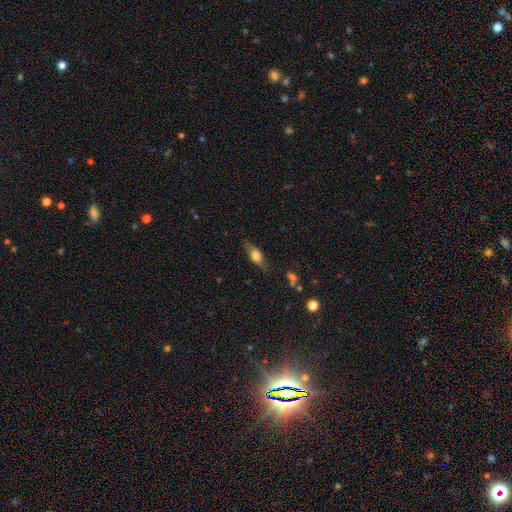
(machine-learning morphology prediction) The model was most divided on "smooth or featured": smooth: 57%, featured or disk: 35%, star or artifact: 8%. More confident: merging — none (72%); how rounded — in between (67%).